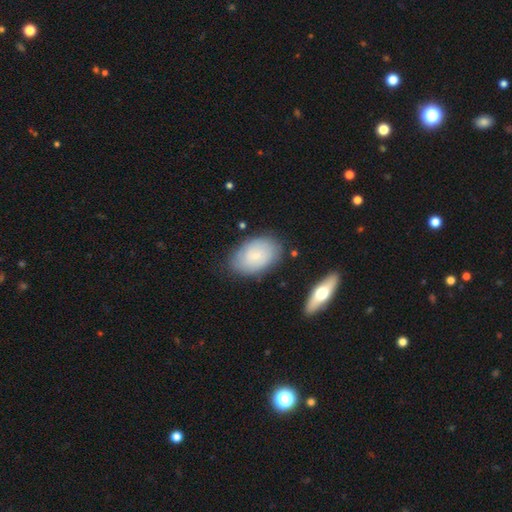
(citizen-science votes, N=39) Overall: featured or disk (54%; smooth 41%). Edge-on disk: no (100%). Bar: no (76%). Spiral arms: yes (76%). Spiral arm count: can't tell (81%). Spiral winding: tight (88%). Bulge size: small (81%). Merging: none (62%; minor disturbance 32%).